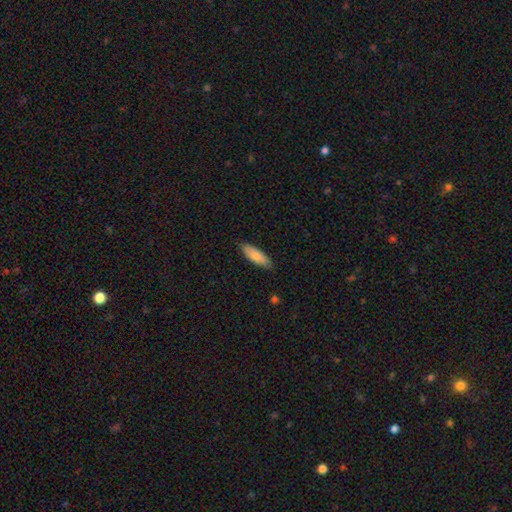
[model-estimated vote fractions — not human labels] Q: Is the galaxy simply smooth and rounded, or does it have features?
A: smooth — 83%.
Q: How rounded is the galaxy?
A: in between — 60%.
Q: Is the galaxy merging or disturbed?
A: none — 84%.